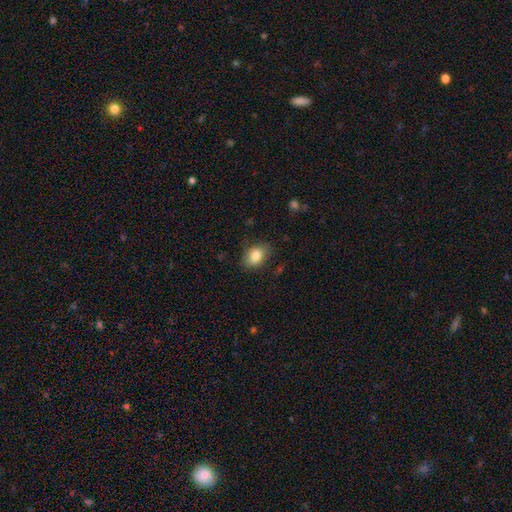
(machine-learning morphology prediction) Smooth or featured?
  - smooth: 84% *
  - star or artifact: 8%
  - featured or disk: 7%
How rounded?
  - in between: 75% *
  - round: 24%
  - cigar-shaped: 1%
Merging?
  - none: 77% *
  - minor disturbance: 17%
  - major disturbance: 5%
  - merger: 1%